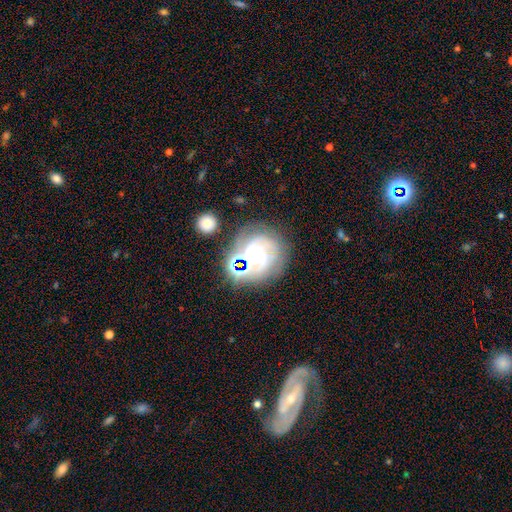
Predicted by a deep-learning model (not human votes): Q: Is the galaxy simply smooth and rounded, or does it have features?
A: featured or disk — 73%.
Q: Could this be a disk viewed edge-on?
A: no — 97%.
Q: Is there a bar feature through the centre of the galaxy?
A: no — 63%.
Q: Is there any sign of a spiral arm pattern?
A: yes — 91%.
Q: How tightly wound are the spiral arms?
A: tight — 60%.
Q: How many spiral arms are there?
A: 3 — 33%.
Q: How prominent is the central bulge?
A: moderate — 64%.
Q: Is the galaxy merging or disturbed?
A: none — 67%.